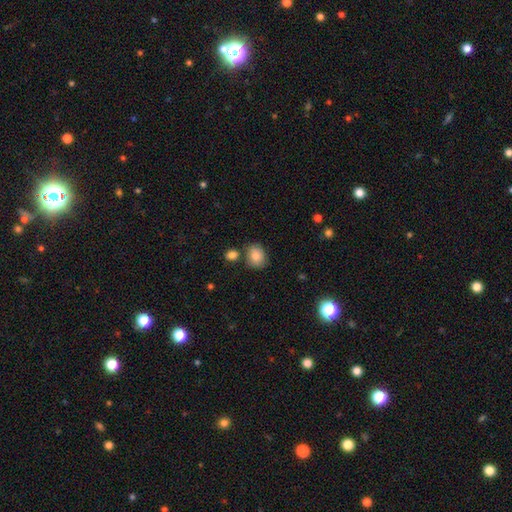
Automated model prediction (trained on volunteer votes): A smooth galaxy with no disk features (83%) that is round (54%).

Vote fractions:
- Smooth or featured? smooth: 83% / featured or disk: 9% / star or artifact: 8%
- How rounded? round: 54% / in between: 45% / cigar-shaped: 1%
- Merging? none: 71% / minor disturbance: 14% / merger: 11% / major disturbance: 3%